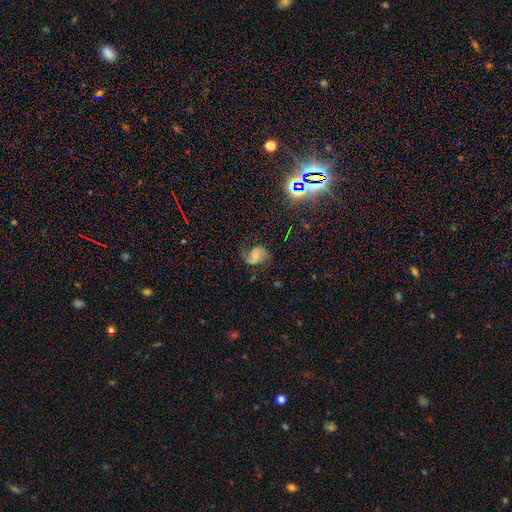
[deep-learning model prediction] Overall: featured or disk (71%). Edge-on disk: no (98%). Bar: no (53%; weak 37%). Spiral arms: yes (94%). Spiral arm count: 2 (85%). Spiral winding: medium (46%; loose 37%). Bulge size: small (46%; moderate 38%). Merging: none (69%).